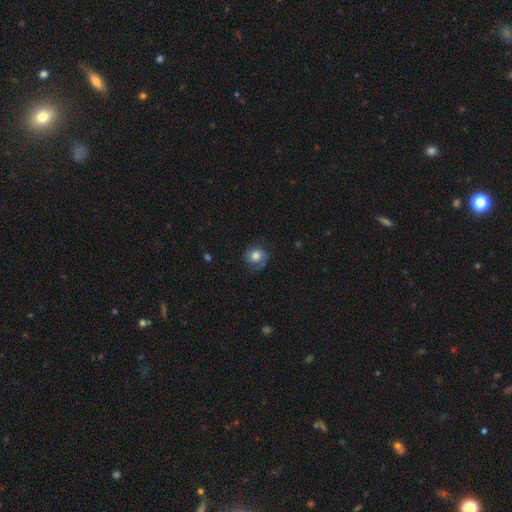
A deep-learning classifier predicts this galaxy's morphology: Overall: smooth (53%; featured or disk 38%). How rounded: round (77%). Merging: none (64%).